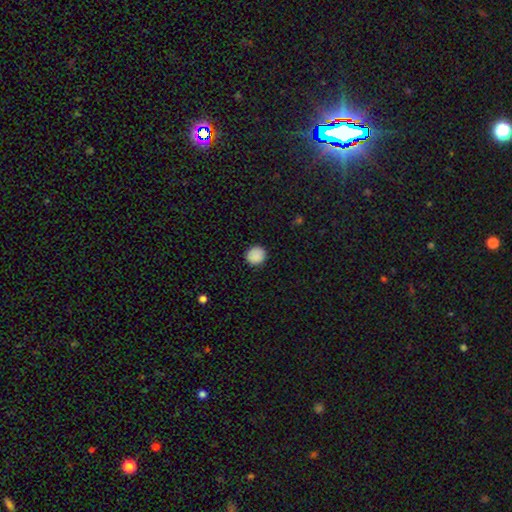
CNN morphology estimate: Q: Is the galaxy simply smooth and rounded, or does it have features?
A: smooth — 89%.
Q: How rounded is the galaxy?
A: round — 90%.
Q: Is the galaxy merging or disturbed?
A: none — 90%.